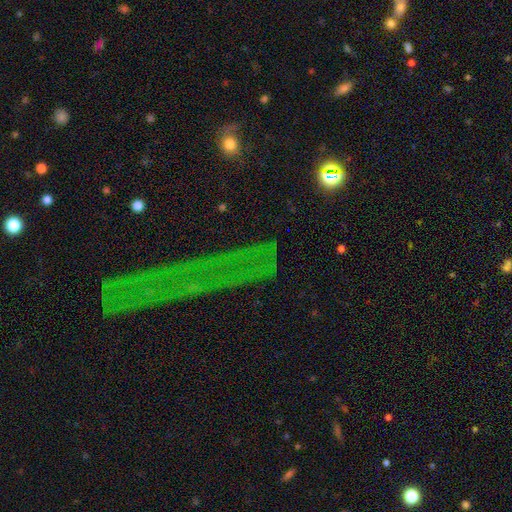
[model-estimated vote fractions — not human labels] Smooth or featured: star or artifact — 59% (smooth — 24%)